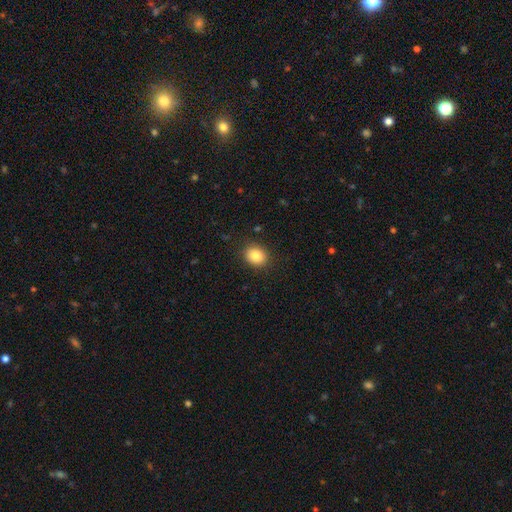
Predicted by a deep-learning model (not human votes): Smooth or featured? smooth (84%)
How rounded? round (67%)
Merging? none (88%)